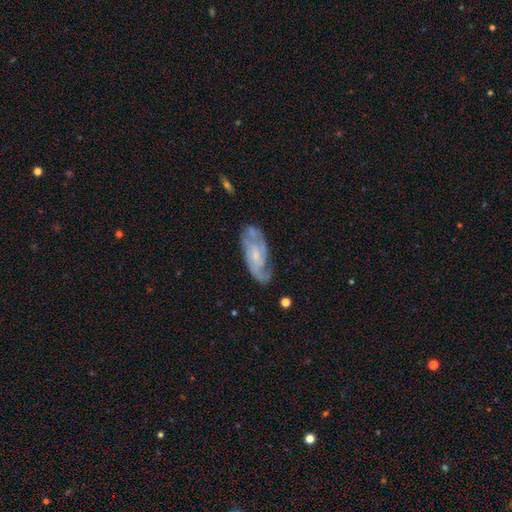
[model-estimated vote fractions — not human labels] Overall: featured or disk (75%). Edge-on disk: no (93%). Bar: no (62%; weak 32%). Spiral arms: yes (89%). Spiral arm count: 2 (51%; can't tell 26%). Spiral winding: medium (44%; tight 37%). Bulge size: small (64%). Merging: none (61%; minor disturbance 24%).